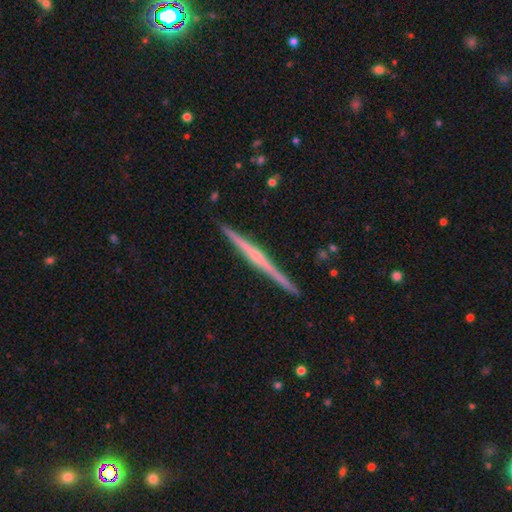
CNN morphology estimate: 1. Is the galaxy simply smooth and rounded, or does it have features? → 80% featured or disk, 14% smooth, 5% star or artifact.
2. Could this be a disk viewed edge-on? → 99% yes, 1% no.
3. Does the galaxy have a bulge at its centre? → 57% rounded, 31% none, 11% boxy.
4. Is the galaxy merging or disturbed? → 92% none, 6% minor disturbance, 1% merger, 1% major disturbance.